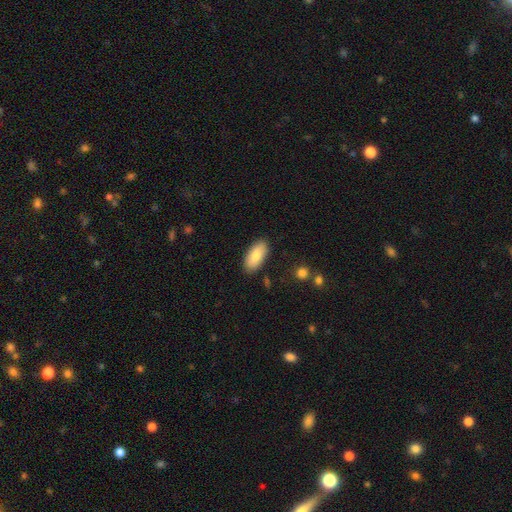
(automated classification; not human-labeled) smooth_or_featured: smooth (p=0.82) [alt: featured or disk p=0.12]
how_rounded: in between (p=0.90) [alt: cigar-shaped p=0.07]
merging: none (p=0.87) [alt: minor disturbance p=0.10]